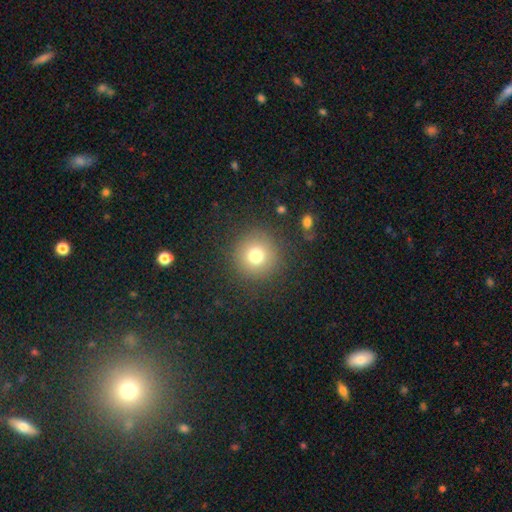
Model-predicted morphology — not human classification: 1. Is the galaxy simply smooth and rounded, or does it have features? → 74% smooth, 15% star or artifact, 11% featured or disk.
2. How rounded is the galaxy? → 95% round, 4% in between, 1% cigar-shaped.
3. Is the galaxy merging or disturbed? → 87% none, 7% minor disturbance, 4% major disturbance, 1% merger.